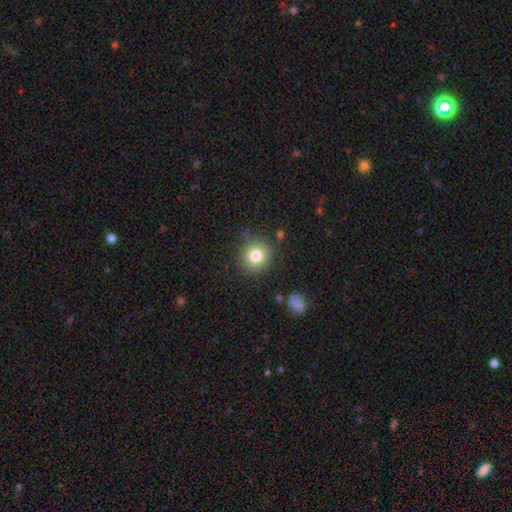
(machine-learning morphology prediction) This is likely a smooth galaxy (79%). How rounded: clearly round (90%). Merging: likely none (79%).